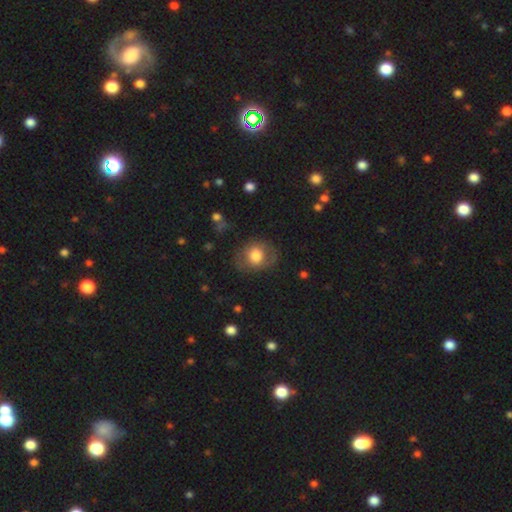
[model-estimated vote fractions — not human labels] Smooth or featured? Predicted: smooth (p=0.69). How rounded? Predicted: round (p=0.64). Merging? Predicted: none (p=0.74).